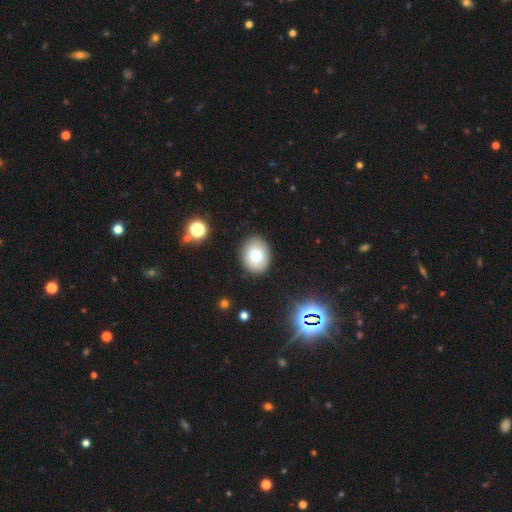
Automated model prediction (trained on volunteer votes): A smooth galaxy with no disk features (73%) that is round (53%). Merging: none (88%).